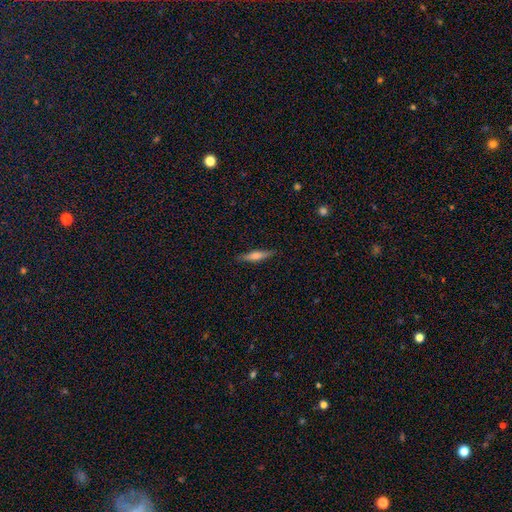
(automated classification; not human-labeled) Smooth or featured: smooth — 50% (featured or disk — 43%)
How rounded: cigar-shaped — 83% (in between — 15%)
Merging: none — 88% (minor disturbance — 9%)